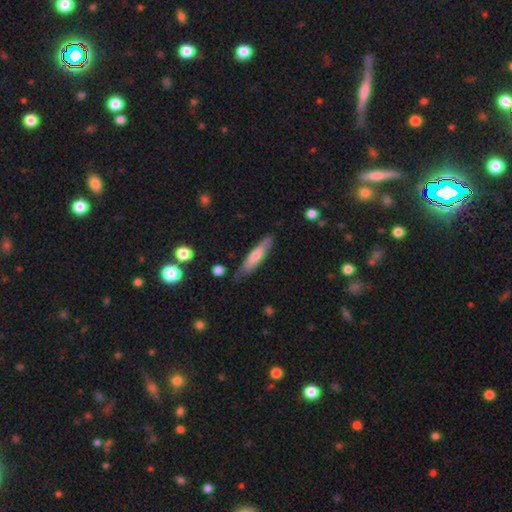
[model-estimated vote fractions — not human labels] This appears to be a smooth galaxy with no disk features (58%) that is cigar-shaped (82%). Merging: none (76%).